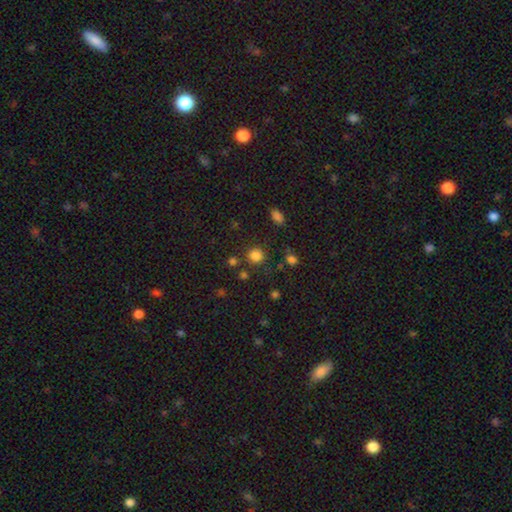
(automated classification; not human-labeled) This appears to be a smooth galaxy with no disk features (82%) that is round (88%). Merging: none (83%).